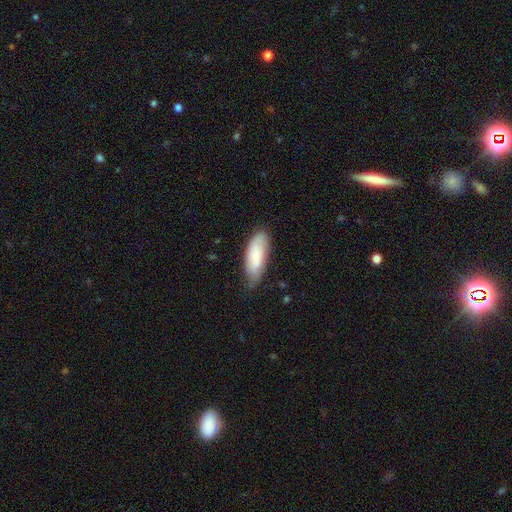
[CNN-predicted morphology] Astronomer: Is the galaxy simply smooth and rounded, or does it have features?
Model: smooth — 71%.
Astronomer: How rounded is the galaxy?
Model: in between — 72%.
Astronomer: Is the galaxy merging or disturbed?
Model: none — 65%.